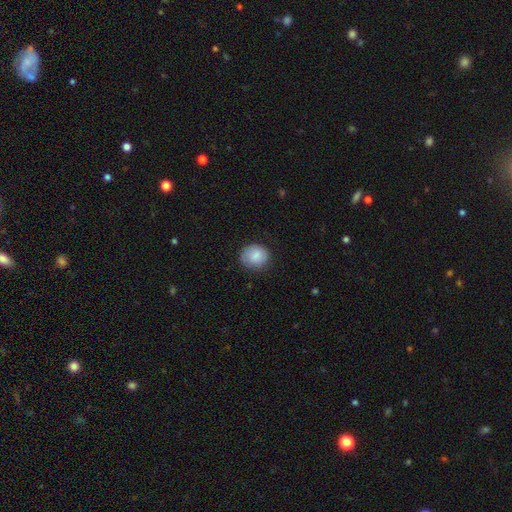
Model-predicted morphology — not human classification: This appears to be a smooth galaxy with no disk features (85%) that is round (79%). Merging: none (79%).